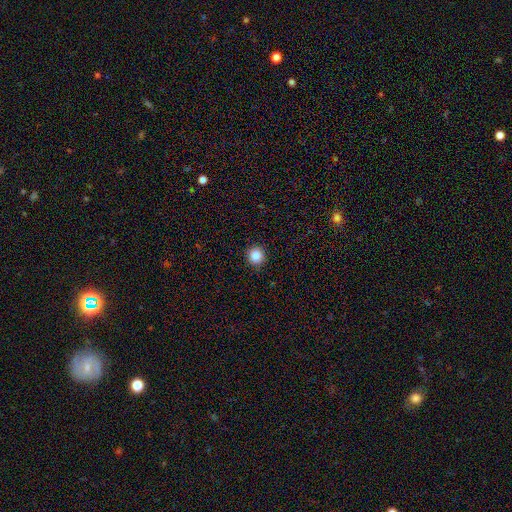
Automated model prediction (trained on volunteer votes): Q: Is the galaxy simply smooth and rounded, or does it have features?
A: smooth — 85%.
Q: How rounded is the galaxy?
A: round — 93%.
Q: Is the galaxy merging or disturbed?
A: none — 93%.